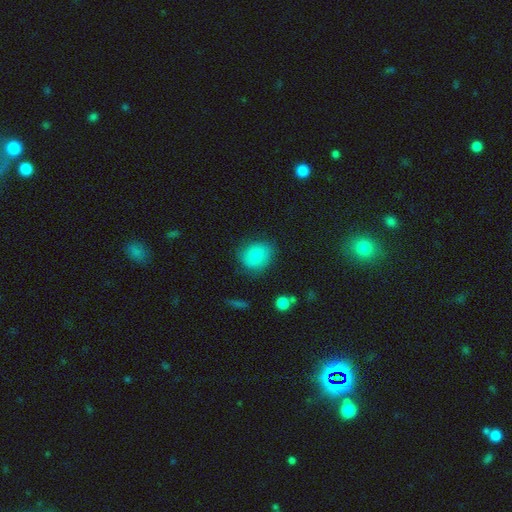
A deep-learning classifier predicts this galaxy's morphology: smooth-or-featured: smooth: 82% | featured or disk: 10% | star or artifact: 8%
  how-rounded: round: 64% | in between: 35% | cigar-shaped: 1%
  merging: none: 72% | minor disturbance: 20% | major disturbance: 6% | merger: 2%